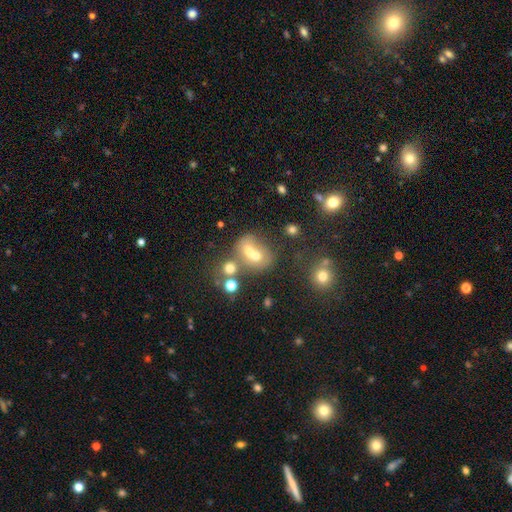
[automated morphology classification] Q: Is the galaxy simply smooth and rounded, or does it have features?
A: smooth — 58%.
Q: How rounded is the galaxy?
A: round — 54%.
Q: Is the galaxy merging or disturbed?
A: merger — 59%.